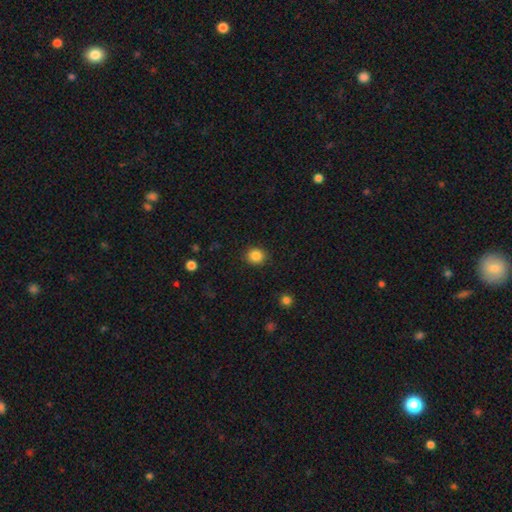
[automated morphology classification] A smooth galaxy with no disk features (85%) that is round (85%).

Vote fractions:
- Smooth or featured? smooth: 85% / star or artifact: 11% / featured or disk: 4%
- How rounded? round: 85% / in between: 15% / cigar-shaped: 1%
- Merging? none: 90% / minor disturbance: 7% / major disturbance: 2% / merger: 1%